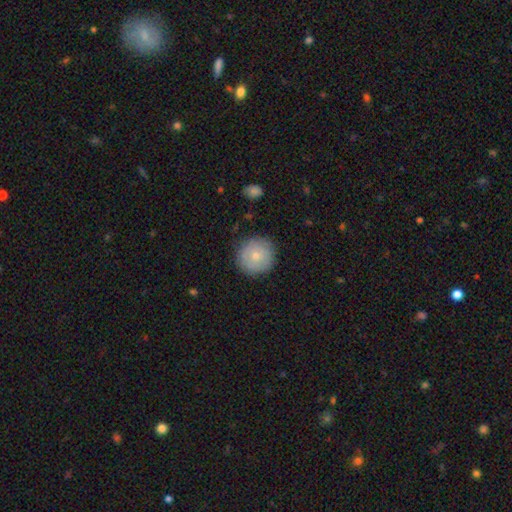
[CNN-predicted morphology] Smooth or featured? Predicted: smooth (p=0.75). How rounded? Predicted: round (p=0.95). Merging? Predicted: none (p=0.87).